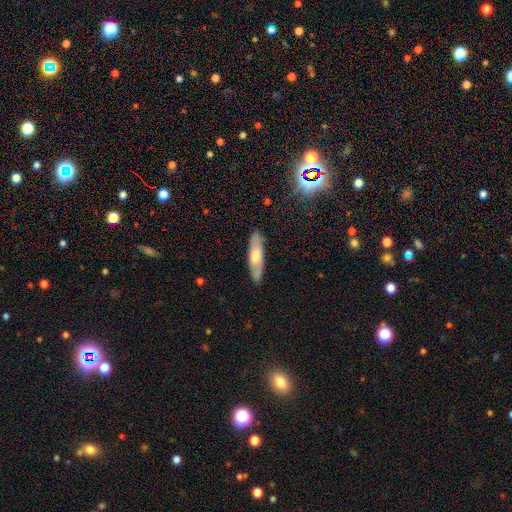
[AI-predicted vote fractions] Overall: smooth (52%; featured or disk 42%). How rounded: cigar-shaped (66%; in between 32%). Merging: none (86%).